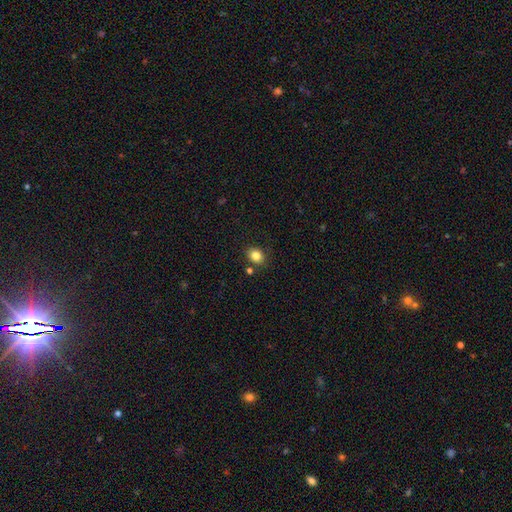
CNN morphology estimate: Q: Smooth or featured?
A: smooth (83%); runner-up: star or artifact (11%)
Q: How rounded?
A: round (56%); runner-up: in between (43%)
Q: Merging?
A: none (82%); runner-up: minor disturbance (11%)